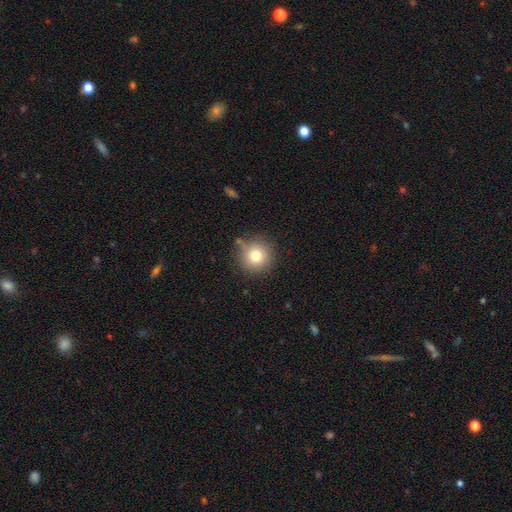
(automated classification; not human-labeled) Overall: smooth (77%). How rounded: round (94%). Merging: none (80%).